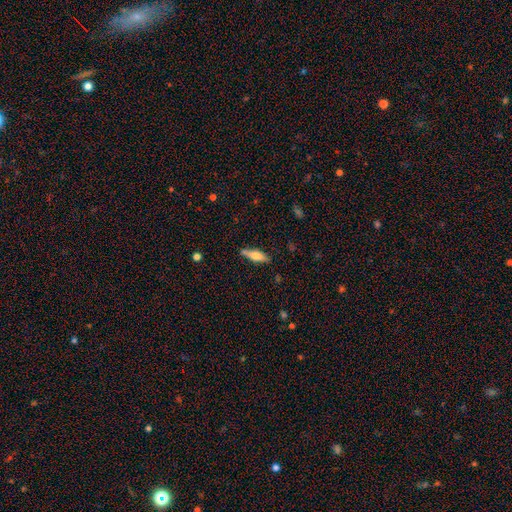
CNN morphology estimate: smooth 67%, featured or disk 27%, star or artifact 7%. Down the decision tree: how rounded — cigar-shaped (52%); merging — none (72%).